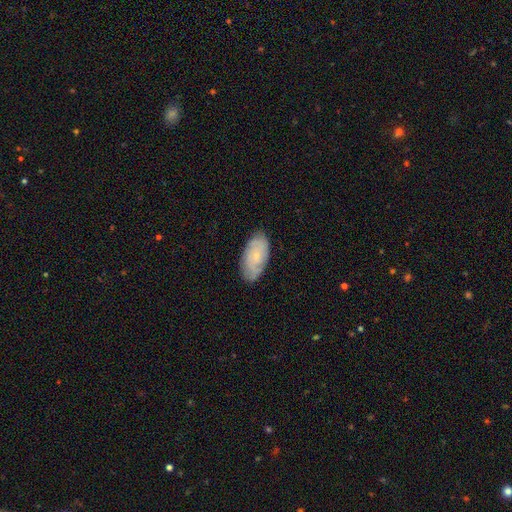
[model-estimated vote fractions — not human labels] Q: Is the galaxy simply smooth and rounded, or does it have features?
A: featured or disk — 53%.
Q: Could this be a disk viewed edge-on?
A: no — 94%.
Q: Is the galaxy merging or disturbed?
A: none — 80%.